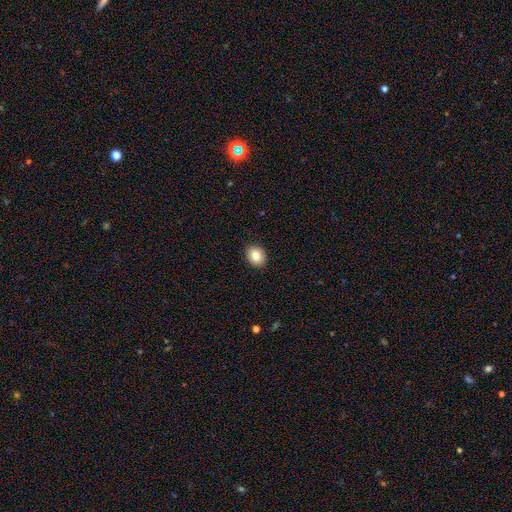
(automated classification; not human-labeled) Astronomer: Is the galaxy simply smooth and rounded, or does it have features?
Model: smooth — 84%.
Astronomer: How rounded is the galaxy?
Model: round — 53% (runner-up: in between, 46%).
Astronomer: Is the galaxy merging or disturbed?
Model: none — 91%.